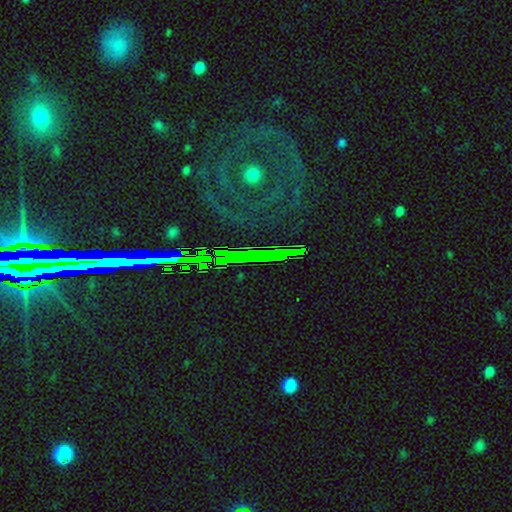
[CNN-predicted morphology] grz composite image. It shows a star or artifact, not a galaxy (49%).